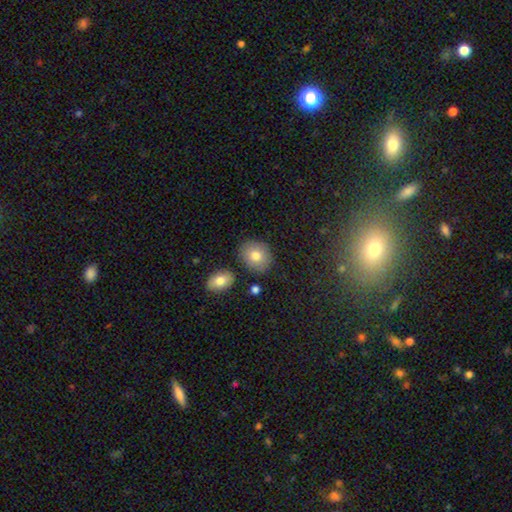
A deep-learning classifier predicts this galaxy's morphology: type=smooth (79%); roundness=round (61%); merging=none (82%).